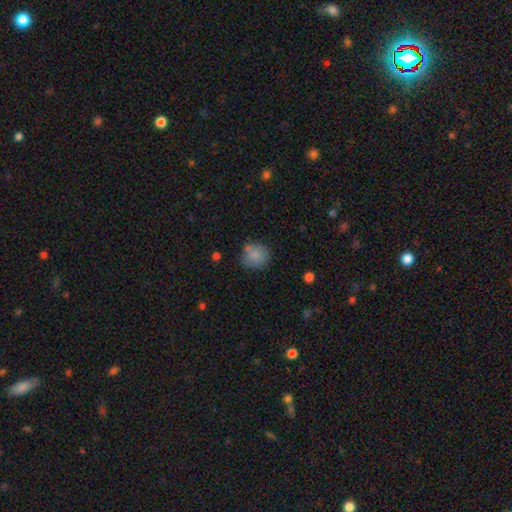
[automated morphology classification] A smooth galaxy with no disk features (83%) that is round (87%).

Vote fractions:
- Smooth or featured? smooth: 83% / star or artifact: 9% / featured or disk: 8%
- How rounded? round: 87% / in between: 12% / cigar-shaped: 1%
- Merging? none: 76% / minor disturbance: 14% / merger: 6% / major disturbance: 4%